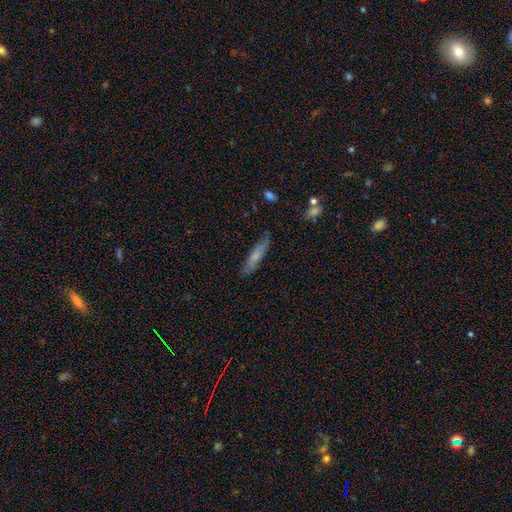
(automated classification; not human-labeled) smooth-or-featured: smooth: 66% | featured or disk: 27% | star or artifact: 6%
  how-rounded: cigar-shaped: 81% | in between: 18% | round: 2%
  merging: none: 82% | minor disturbance: 14% | major disturbance: 3% | merger: 2%